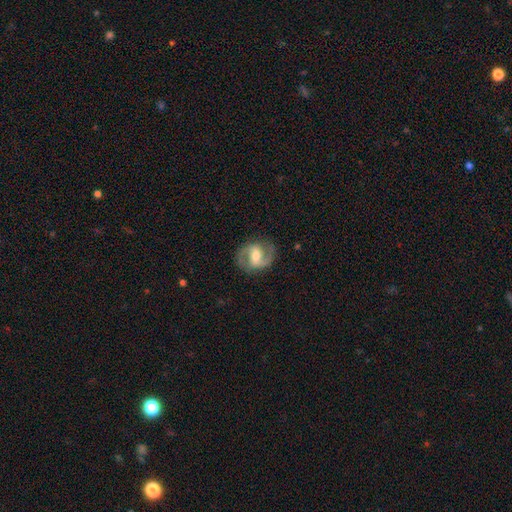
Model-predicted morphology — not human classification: This is clearly a featured or disk galaxy (84%). It is clearly not viewed edge-on (98%). Bar: possibly weak (48%). Spiral arm pattern: clearly yes (94%). Spiral arm count: clearly 2 (92%). Spiral winding: possibly medium (58%). Central bulge: likely moderate (63%). Merging: clearly none (84%).